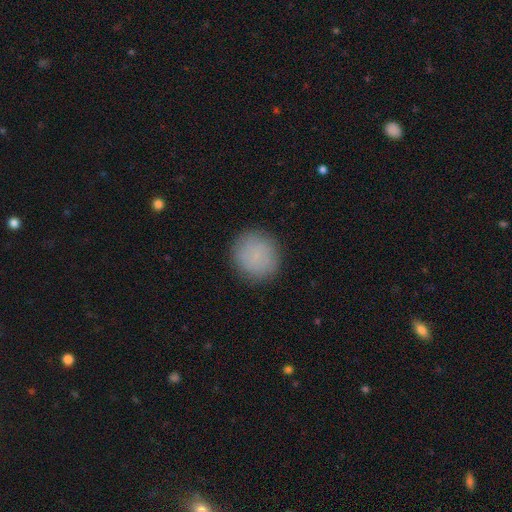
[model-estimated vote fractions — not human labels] smooth 83%, star or artifact 9%, featured or disk 8%. Down the decision tree: how rounded — round (91%); merging — none (88%).